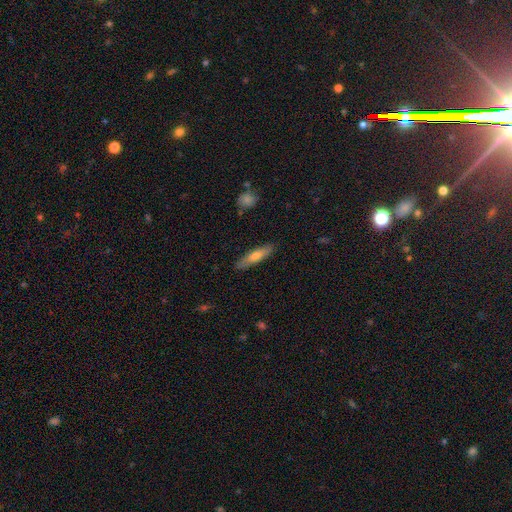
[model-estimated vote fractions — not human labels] A smooth galaxy with no disk features (56%) that is cigar-shaped (83%).

Vote fractions:
- Smooth or featured? smooth: 56% / featured or disk: 37% / star or artifact: 7%
- How rounded? cigar-shaped: 83% / in between: 15% / round: 2%
- Merging? none: 88% / minor disturbance: 9% / major disturbance: 2% / merger: 1%